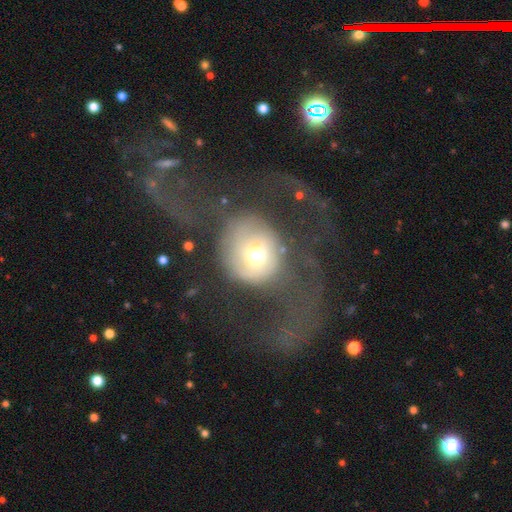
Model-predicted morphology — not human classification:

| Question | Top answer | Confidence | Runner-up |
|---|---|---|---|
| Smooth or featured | featured or disk | 47% | smooth (44%) |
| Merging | major disturbance | 65% | none (20%) |